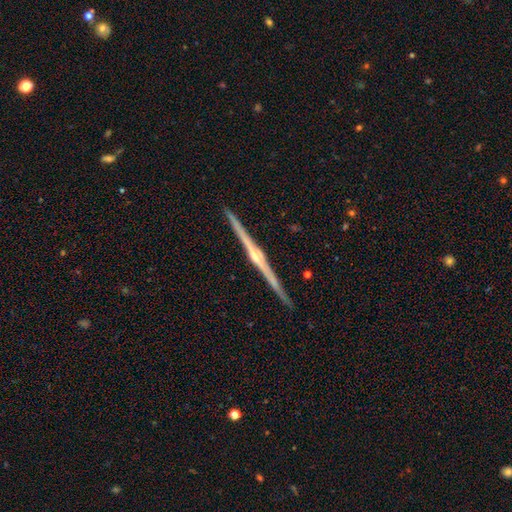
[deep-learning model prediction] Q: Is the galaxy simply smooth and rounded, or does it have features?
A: featured or disk — 89%.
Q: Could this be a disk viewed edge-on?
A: yes — 99%.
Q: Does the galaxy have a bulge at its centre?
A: rounded — 84%.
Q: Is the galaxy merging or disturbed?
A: none — 94%.